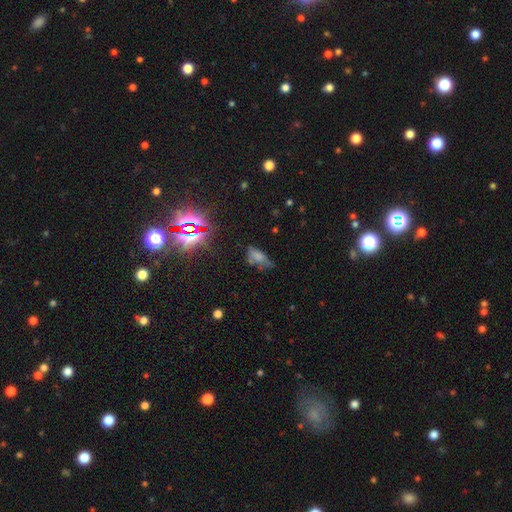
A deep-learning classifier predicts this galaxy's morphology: type=star or artifact (54%).